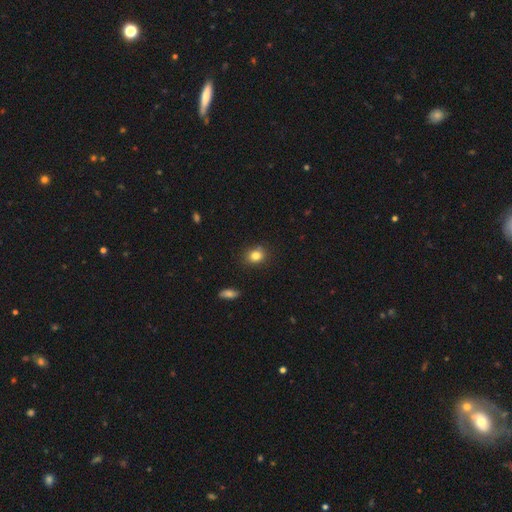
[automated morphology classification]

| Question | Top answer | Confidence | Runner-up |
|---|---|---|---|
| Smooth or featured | smooth | 83% | star or artifact (11%) |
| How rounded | round | 62% | in between (36%) |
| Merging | none | 83% | minor disturbance (12%) |